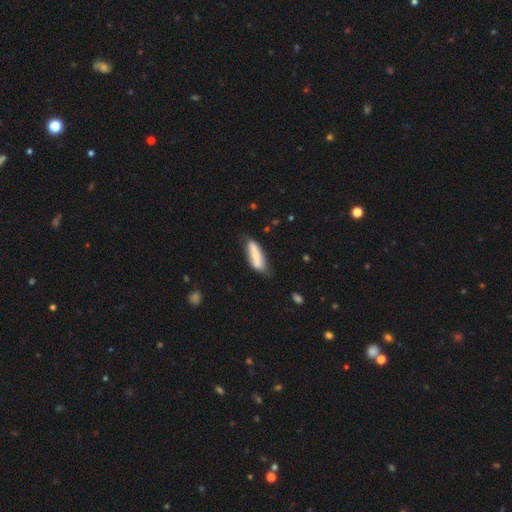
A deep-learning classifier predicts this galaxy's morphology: type=smooth (67%); roundness=in between (53%); merging=none (51%).